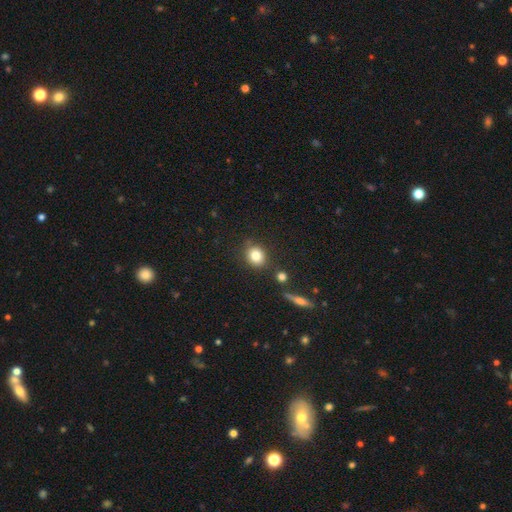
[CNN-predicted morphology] Smooth or featured? Predicted: smooth (p=0.82). How rounded? Predicted: round (p=0.70). Merging? Predicted: none (p=0.78).